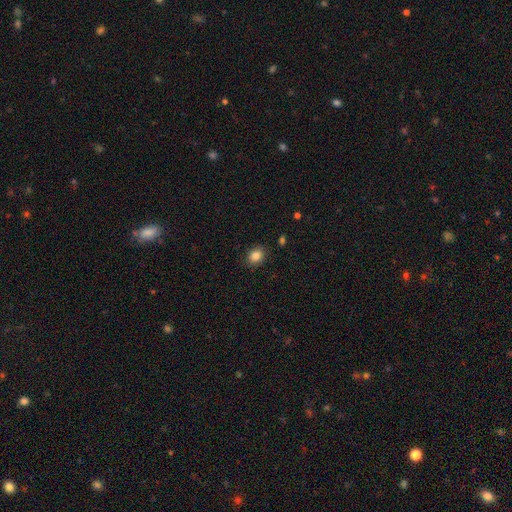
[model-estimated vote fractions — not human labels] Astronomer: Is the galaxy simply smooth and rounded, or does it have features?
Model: smooth — 85%.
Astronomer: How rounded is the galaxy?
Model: round — 52% (runner-up: in between, 47%).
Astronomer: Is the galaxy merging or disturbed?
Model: none — 87%.